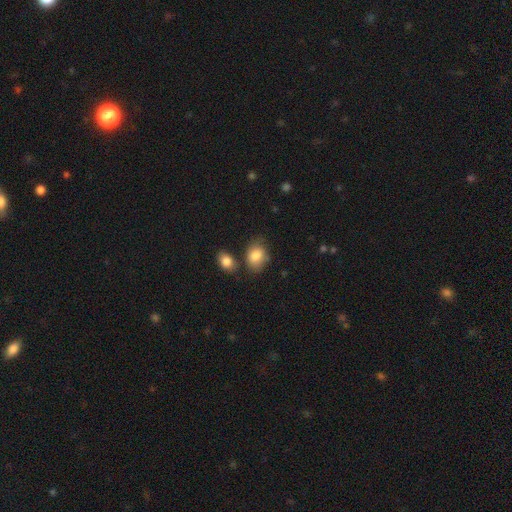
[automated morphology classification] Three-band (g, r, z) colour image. It shows a smooth galaxy with no disk features (85%) that is in between round and cigar-shaped (73%). Merging: none (61%).